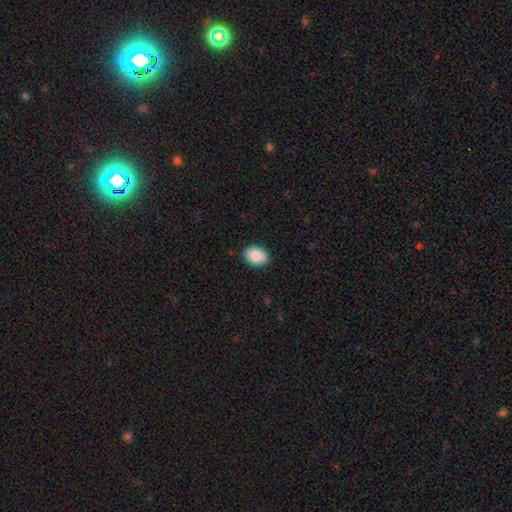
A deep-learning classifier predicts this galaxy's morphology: Q: Smooth or featured?
A: smooth (86%); runner-up: featured or disk (7%)
Q: How rounded?
A: in between (75%); runner-up: round (24%)
Q: Merging?
A: none (88%); runner-up: minor disturbance (9%)